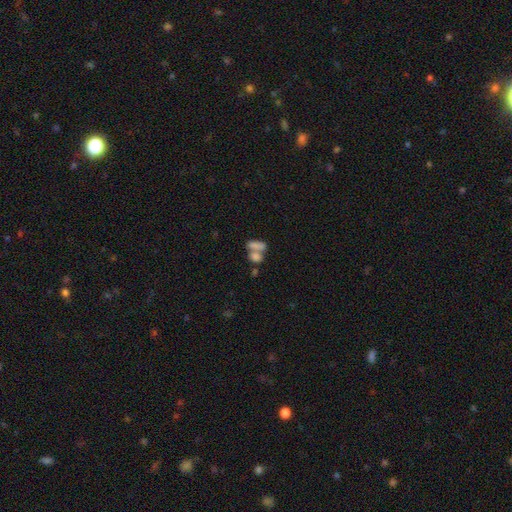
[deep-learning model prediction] This is likely a smooth galaxy (75%). How rounded: likely in between (76%). Merging: likely merger (63%).